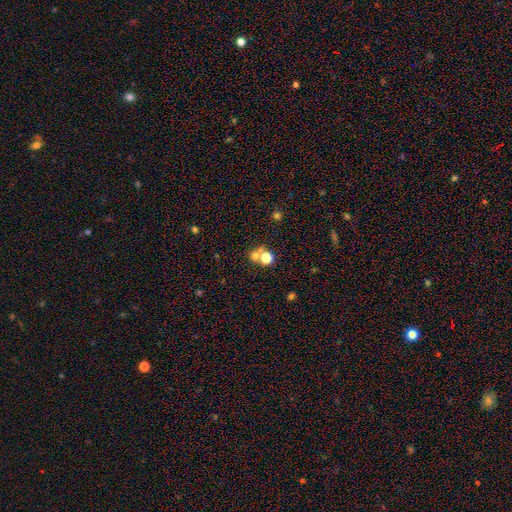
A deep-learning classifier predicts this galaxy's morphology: smooth_or_featured: smooth (p=0.62) [alt: star or artifact p=0.27]
how_rounded: round (p=0.86) [alt: in between p=0.13]
merging: none (p=0.53) [alt: merger p=0.37]